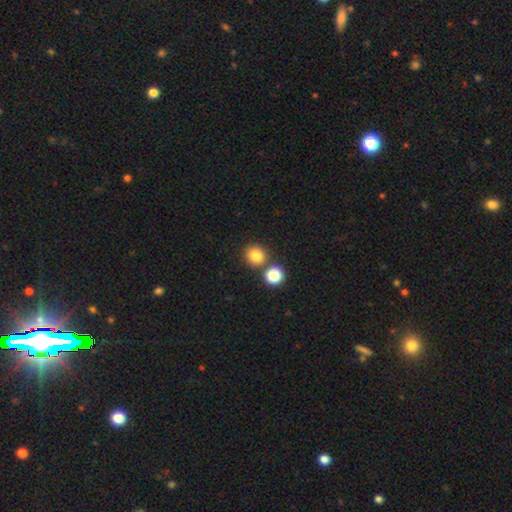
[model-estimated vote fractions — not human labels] Smooth or featured: smooth — 80% (star or artifact — 14%)
How rounded: round — 92% (in between — 8%)
Merging: none — 77% (merger — 14%)